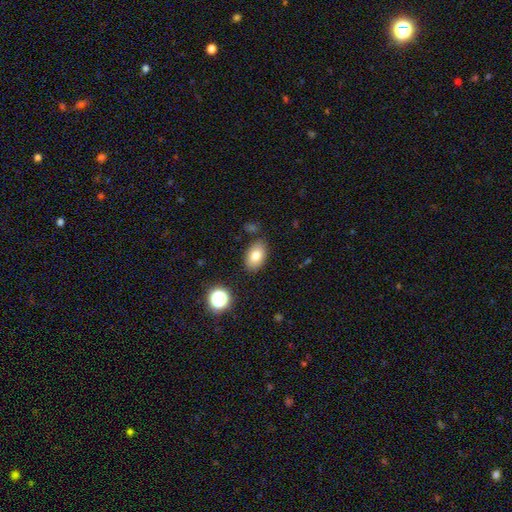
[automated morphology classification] Q: Smooth or featured?
A: smooth (79%); runner-up: featured or disk (12%)
Q: How rounded?
A: in between (88%); runner-up: round (11%)
Q: Merging?
A: none (83%); runner-up: minor disturbance (12%)